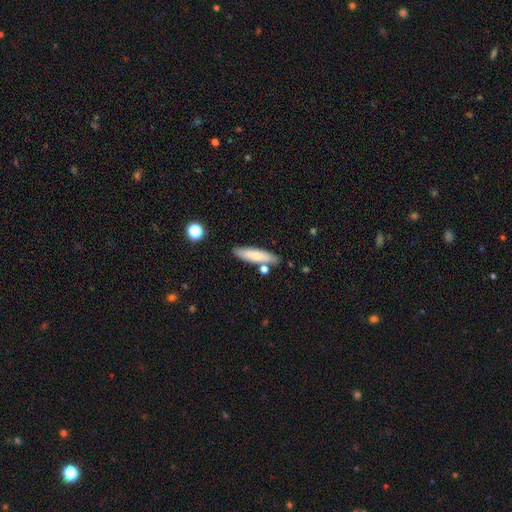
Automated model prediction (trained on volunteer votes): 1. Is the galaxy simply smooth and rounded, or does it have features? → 78% smooth, 15% featured or disk, 6% star or artifact.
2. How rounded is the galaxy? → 71% cigar-shaped, 27% in between, 2% round.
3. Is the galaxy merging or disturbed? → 78% none, 12% minor disturbance, 8% merger, 3% major disturbance.